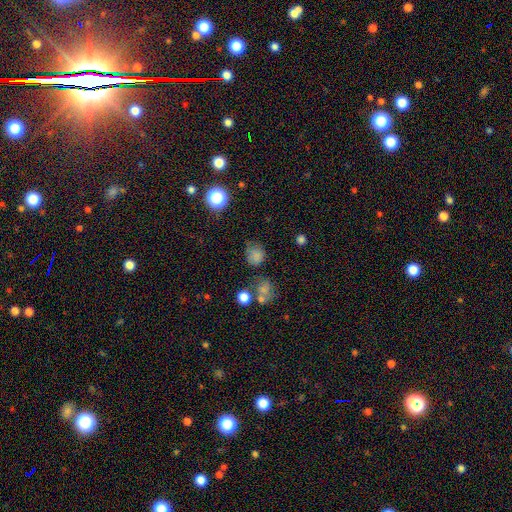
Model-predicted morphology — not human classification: smooth_or_featured: smooth (p=0.75) [alt: star or artifact p=0.18]
how_rounded: round (p=0.73) [alt: in between p=0.26]
merging: none (p=0.60) [alt: minor disturbance p=0.22]